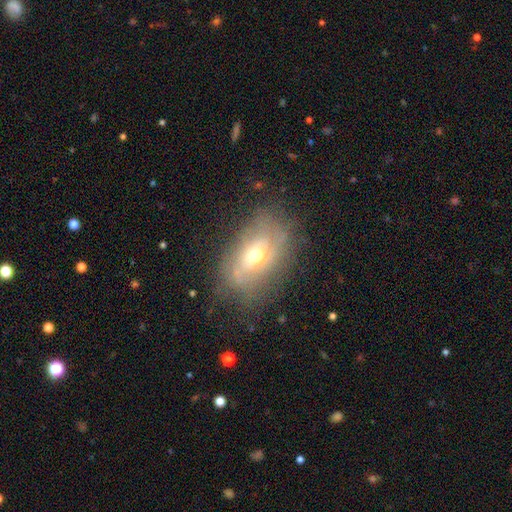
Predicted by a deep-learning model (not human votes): A featured or disk galaxy (62%) with no bar (69%), spiral arms (59%) and a moderate central bulge (68%).

Vote fractions:
- Smooth or featured? featured or disk: 62% / smooth: 29% / star or artifact: 9%
- Edge-on disk? no: 88% / yes: 12%
- Bar? no: 69% / weak: 23% / strong: 8%
- Spiral arms? yes: 59% / no: 41%
- Bulge size? moderate: 68% / small: 25% / large: 6% / dominant: 1% / none: 1%
- Merging? none: 62% / minor disturbance: 24% / major disturbance: 11% / merger: 2%